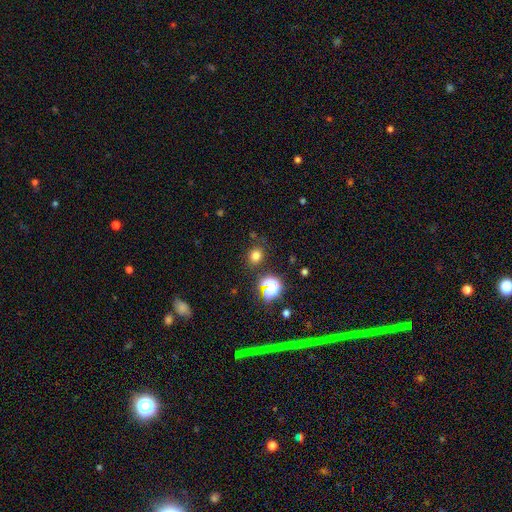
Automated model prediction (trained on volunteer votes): Smooth or featured?
  - smooth: 72% *
  - star or artifact: 21%
  - featured or disk: 6%
How rounded?
  - round: 78% *
  - in between: 21%
  - cigar-shaped: 1%
Merging?
  - none: 83% *
  - minor disturbance: 9%
  - merger: 4%
  - major disturbance: 4%